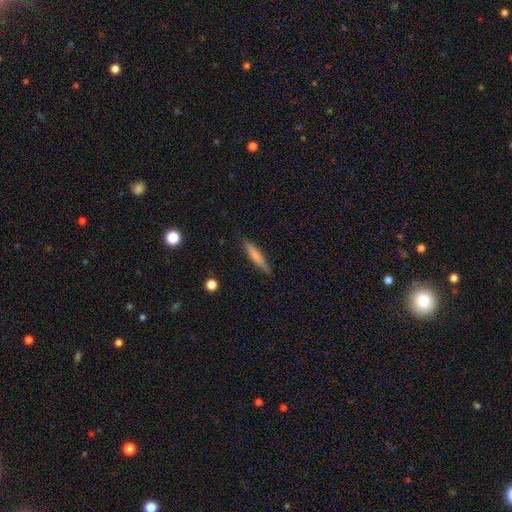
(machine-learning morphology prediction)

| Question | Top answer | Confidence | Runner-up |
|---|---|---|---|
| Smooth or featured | smooth | 73% | featured or disk (21%) |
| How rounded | cigar-shaped | 88% | in between (11%) |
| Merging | none | 85% | minor disturbance (12%) |